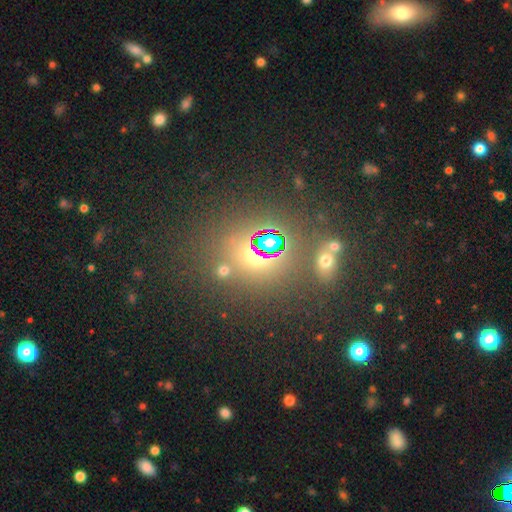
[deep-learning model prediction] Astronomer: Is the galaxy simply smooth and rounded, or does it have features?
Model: star or artifact — 57% (runner-up: smooth, 34%).